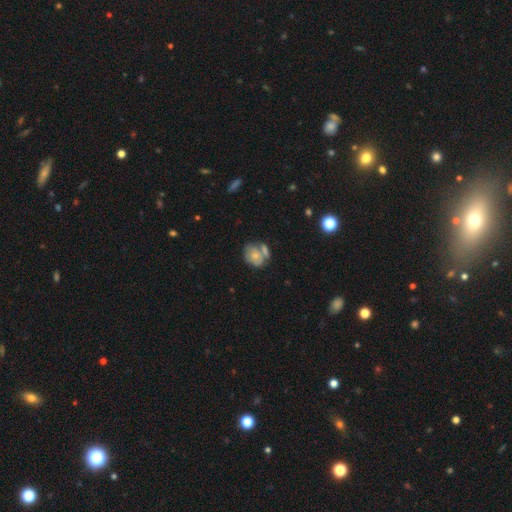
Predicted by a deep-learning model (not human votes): smooth-or-featured: smooth: 60% | featured or disk: 31% | star or artifact: 9%
  how-rounded: round: 58% | in between: 40% | cigar-shaped: 1%
  merging: none: 39% | merger: 37% | minor disturbance: 17% | major disturbance: 7%